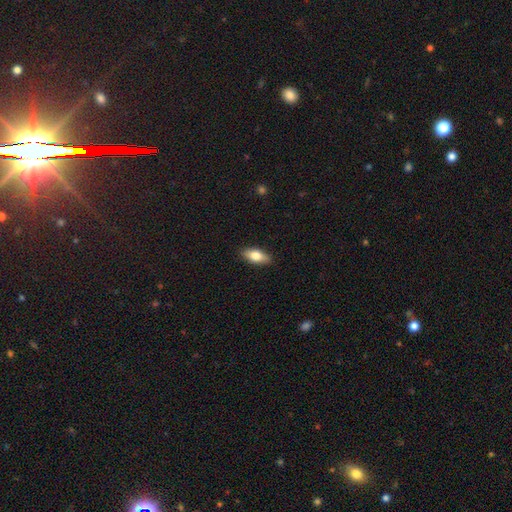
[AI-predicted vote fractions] This is likely a smooth galaxy (75%). How rounded: clearly in between (82%). Merging: clearly none (88%).